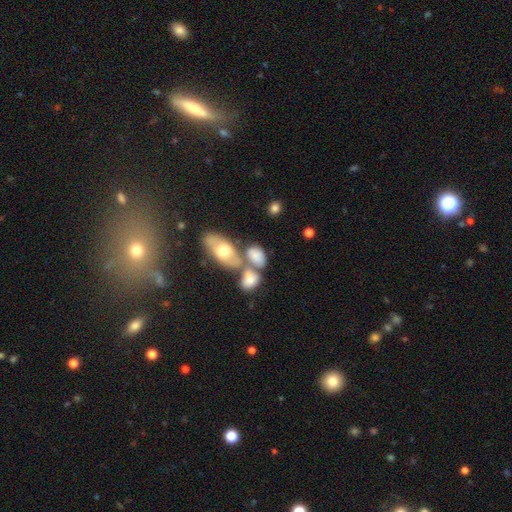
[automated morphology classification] A smooth galaxy with no disk features (69%) that is in between round and cigar-shaped (88%). Merging: merger (46%).